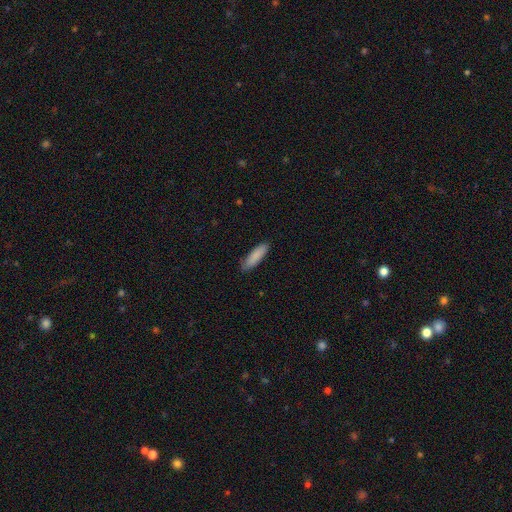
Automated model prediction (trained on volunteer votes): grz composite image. It shows a smooth galaxy with no disk features (87%) that is cigar-shaped (62%). Merging: none (86%).